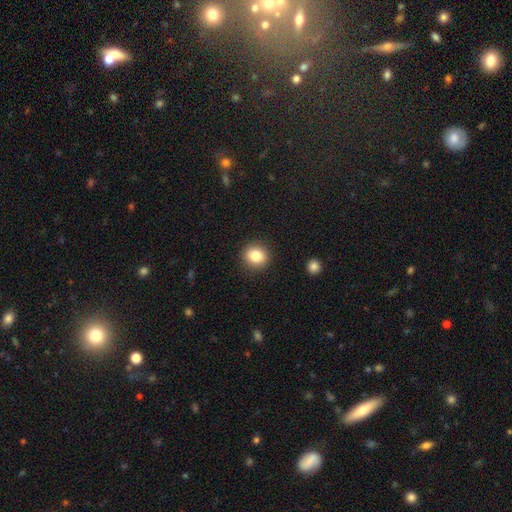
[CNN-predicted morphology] Smooth or featured? Predicted: smooth (p=0.83). How rounded? Predicted: round (p=0.86). Merging? Predicted: none (p=0.90).